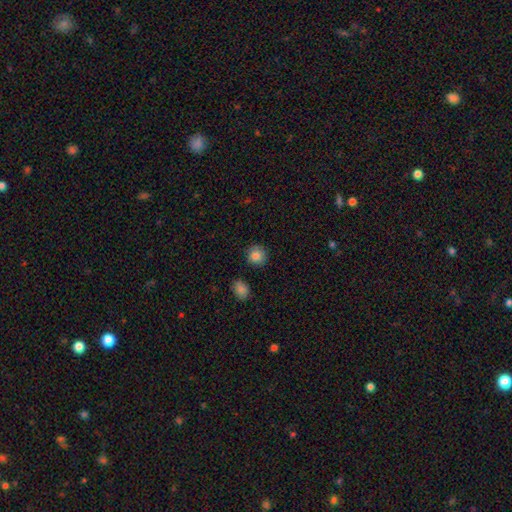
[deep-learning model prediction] A smooth galaxy with no disk features (85%) that is round (89%). Merging: none (87%).